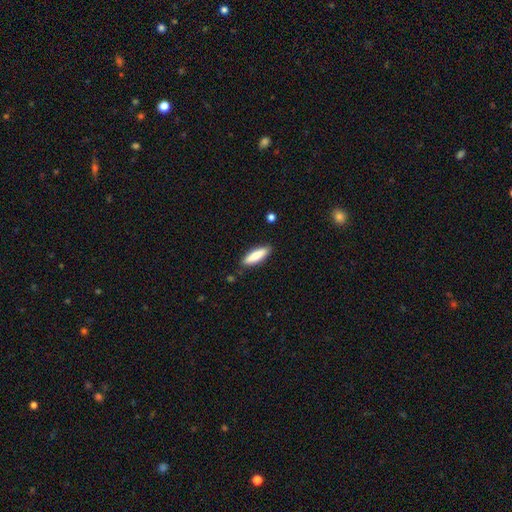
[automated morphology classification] A smooth galaxy with no disk features (79%) that is cigar-shaped (60%). Merging: none (87%).